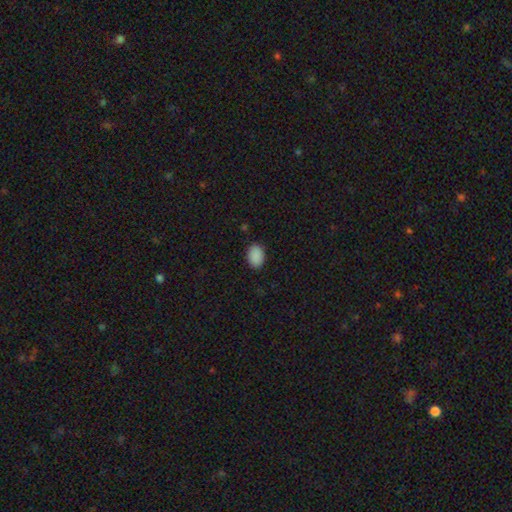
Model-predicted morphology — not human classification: Q: Smooth or featured?
A: smooth (90%); runner-up: star or artifact (8%)
Q: How rounded?
A: in between (81%); runner-up: round (18%)
Q: Merging?
A: none (88%); runner-up: minor disturbance (9%)